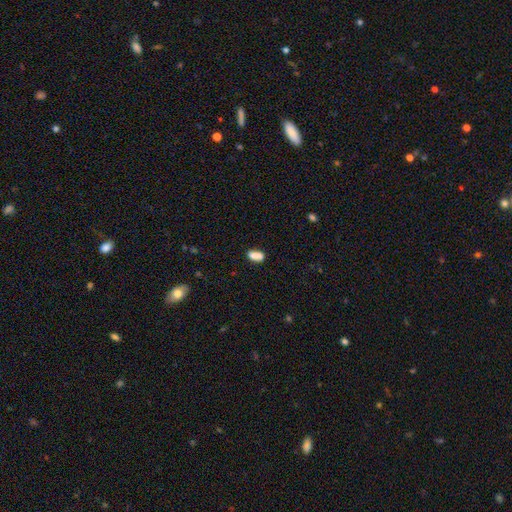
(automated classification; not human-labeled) Q: Smooth or featured?
A: smooth (83%); runner-up: star or artifact (9%)
Q: How rounded?
A: in between (82%); runner-up: cigar-shaped (11%)
Q: Merging?
A: none (62%); runner-up: minor disturbance (18%)